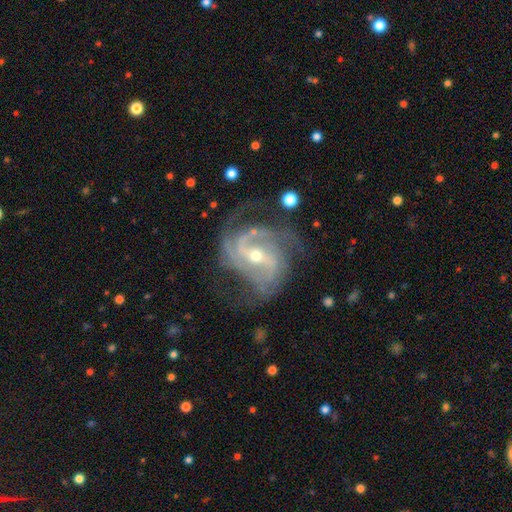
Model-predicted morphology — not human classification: smooth-or-featured: featured or disk: 91% | star or artifact: 6% | smooth: 4%
  disk-edge-on: no: 97% | yes: 3%
    bar: weak: 41% | strong: 37% | no: 21%
    has-spiral-arms: yes: 98% | no: 2%
      spiral-winding: medium: 50% | tight: 31% | loose: 19%
      spiral-arm-count: 2: 40% | 3: 30% | can't tell: 12% | 4: 9% | 1: 5% | more than 4: 4%
    bulge-size: small: 51% | moderate: 45% | large: 2% | none: 1% | dominant: 1%
  merging: none: 62% | minor disturbance: 20% | major disturbance: 15% | merger: 2%